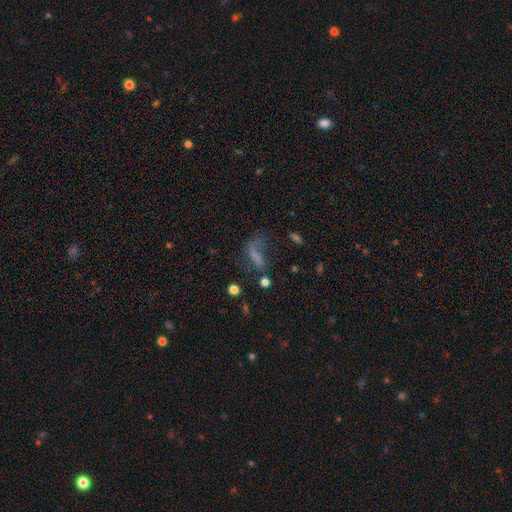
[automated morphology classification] Q: Smooth or featured?
A: smooth (46%); runner-up: featured or disk (33%)
Q: Merging?
A: major disturbance (43%); runner-up: none (31%)